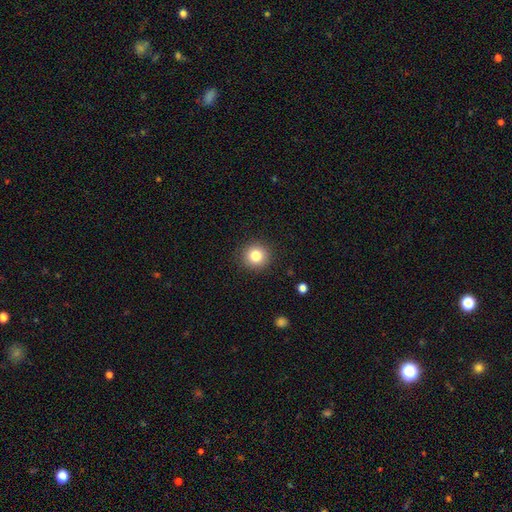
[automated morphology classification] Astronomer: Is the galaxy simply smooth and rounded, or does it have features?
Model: smooth — 82%.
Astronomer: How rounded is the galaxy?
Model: round — 94%.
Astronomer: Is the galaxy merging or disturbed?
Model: none — 91%.